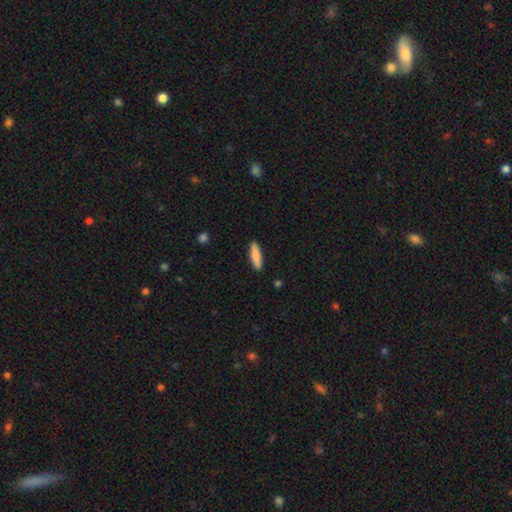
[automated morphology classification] Q: Smooth or featured?
A: smooth (80%); runner-up: featured or disk (14%)
Q: How rounded?
A: cigar-shaped (72%); runner-up: in between (26%)
Q: Merging?
A: none (90%); runner-up: minor disturbance (8%)